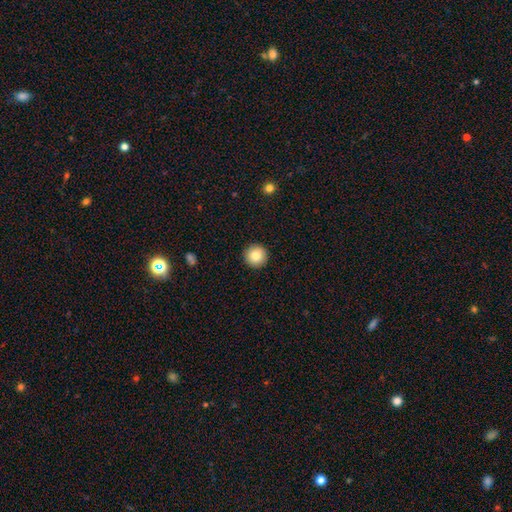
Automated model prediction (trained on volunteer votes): Smooth or featured: smooth — 84% (star or artifact — 9%)
How rounded: round — 96% (in between — 3%)
Merging: none — 93% (minor disturbance — 5%)